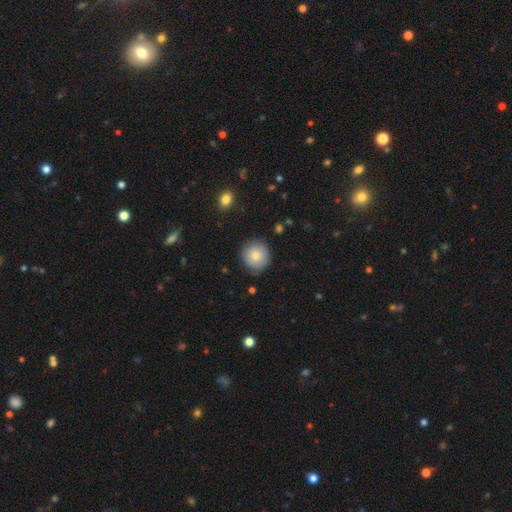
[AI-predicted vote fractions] Q: Smooth or featured?
A: smooth (80%); runner-up: featured or disk (12%)
Q: How rounded?
A: round (93%); runner-up: in between (6%)
Q: Merging?
A: none (85%); runner-up: minor disturbance (11%)